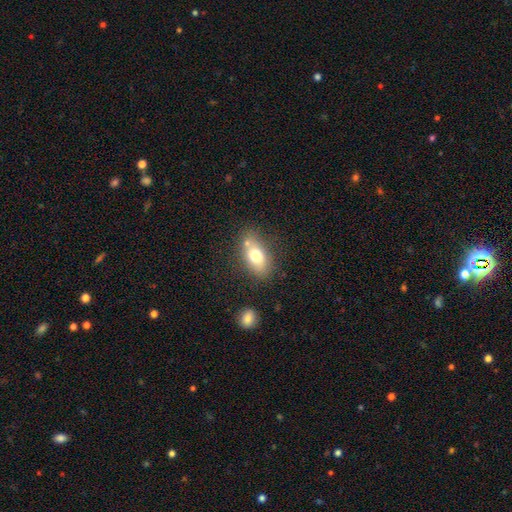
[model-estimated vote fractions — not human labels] This is likely a smooth galaxy (72%). How rounded: clearly in between (84%). Merging: likely none (64%).